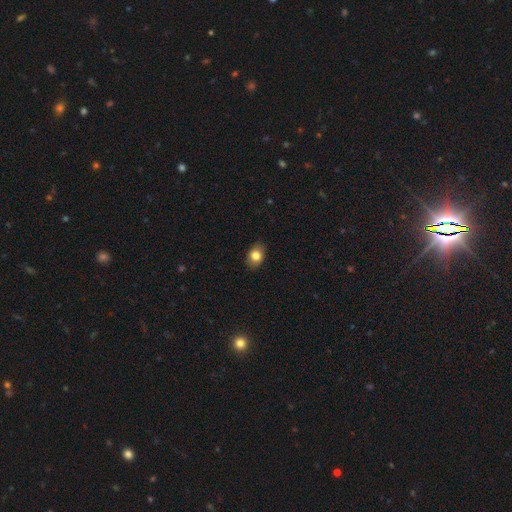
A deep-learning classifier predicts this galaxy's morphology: A smooth galaxy with no disk features (82%) that is in between round and cigar-shaped (70%). Merging: none (84%).